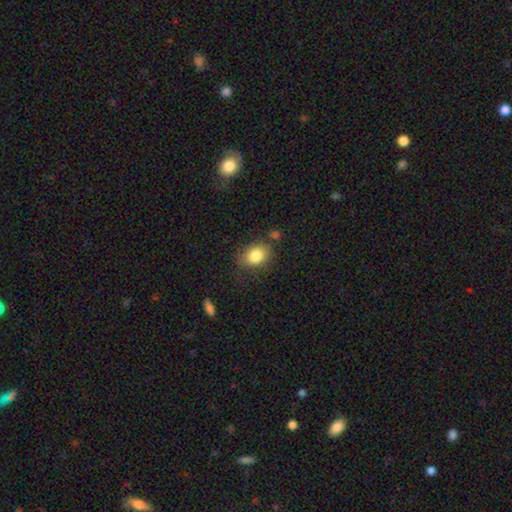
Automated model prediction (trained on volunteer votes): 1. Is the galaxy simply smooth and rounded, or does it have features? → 83% smooth, 9% star or artifact, 8% featured or disk.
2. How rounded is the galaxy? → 66% in between, 32% round, 1% cigar-shaped.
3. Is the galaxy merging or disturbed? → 73% none, 17% minor disturbance, 5% major disturbance, 5% merger.